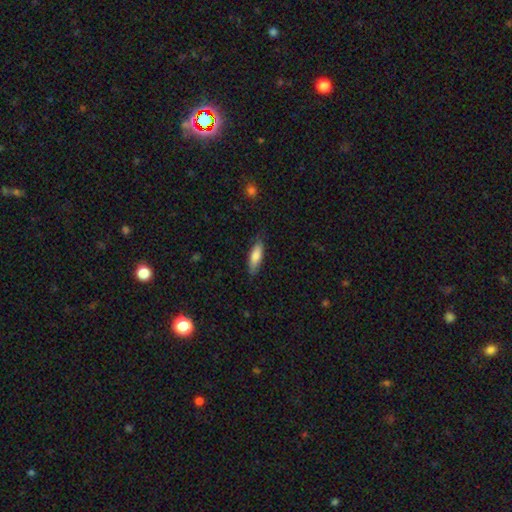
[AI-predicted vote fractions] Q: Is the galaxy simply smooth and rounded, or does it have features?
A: smooth — 78%.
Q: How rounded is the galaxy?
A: in between — 49%, tied with cigar-shaped.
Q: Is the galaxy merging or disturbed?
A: none — 80%.